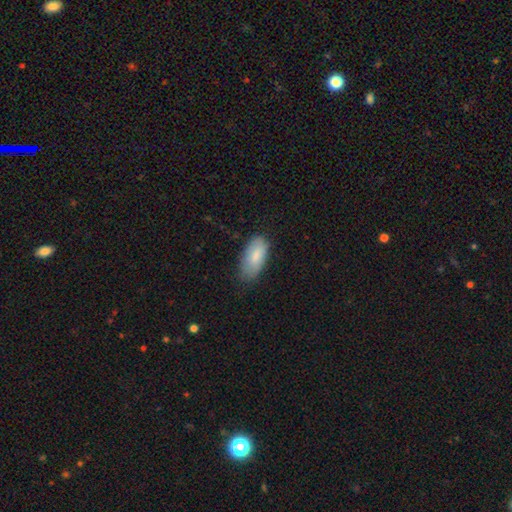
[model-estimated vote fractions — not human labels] This appears to be a smooth galaxy with no disk features (83%) that is in between round and cigar-shaped (90%). Merging: none (69%).